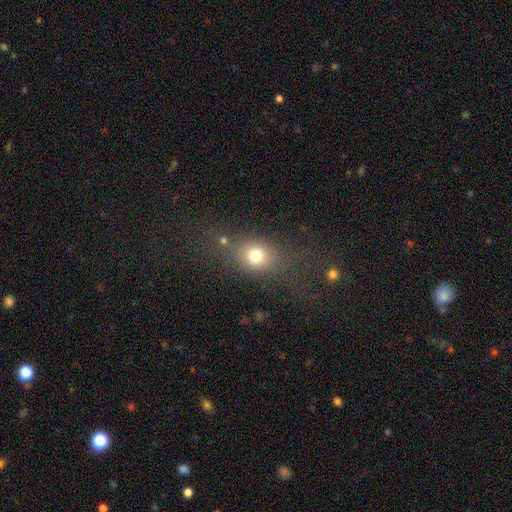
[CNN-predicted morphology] Smooth or featured? smooth (73%)
How rounded? round (52%)
Merging? none (57%)